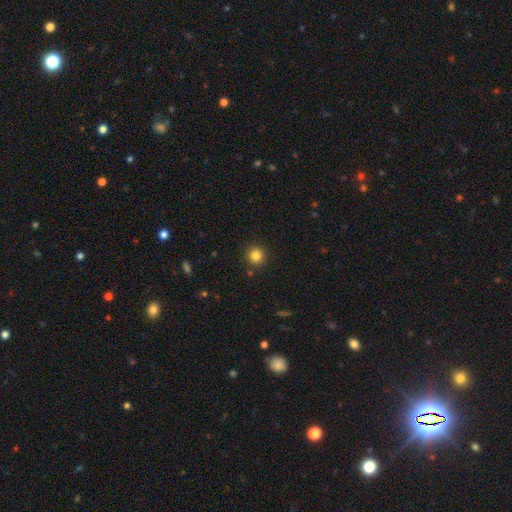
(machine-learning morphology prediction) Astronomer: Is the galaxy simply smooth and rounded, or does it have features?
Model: smooth — 83%.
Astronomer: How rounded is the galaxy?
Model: round — 93%.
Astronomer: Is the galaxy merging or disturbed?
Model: none — 89%.